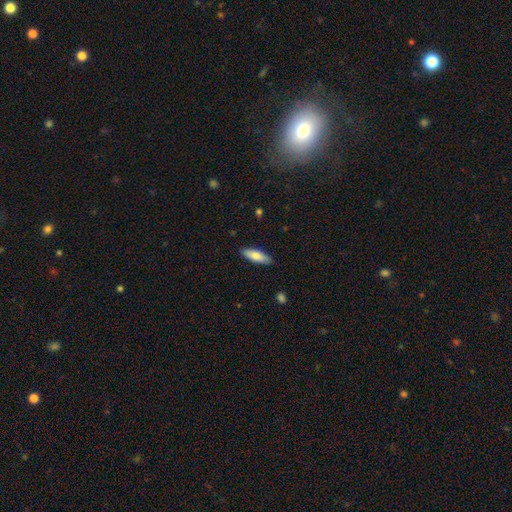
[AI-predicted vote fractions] Q: Smooth or featured?
A: smooth (77%); runner-up: featured or disk (17%)
Q: How rounded?
A: in between (55%); runner-up: cigar-shaped (43%)
Q: Merging?
A: none (87%); runner-up: minor disturbance (10%)